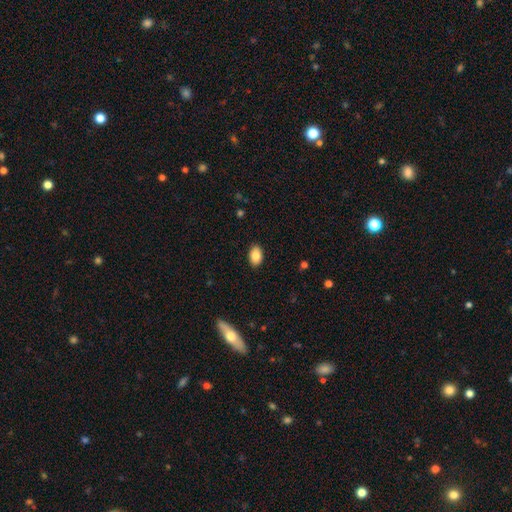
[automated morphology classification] smooth 86%, star or artifact 7%, featured or disk 7%. Down the decision tree: how rounded — in between (90%); merging — none (89%).